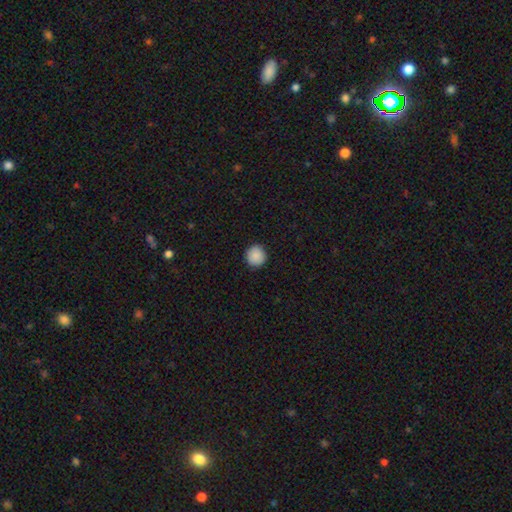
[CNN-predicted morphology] This is clearly a smooth galaxy (89%). How rounded: clearly round (94%). Merging: clearly none (92%).